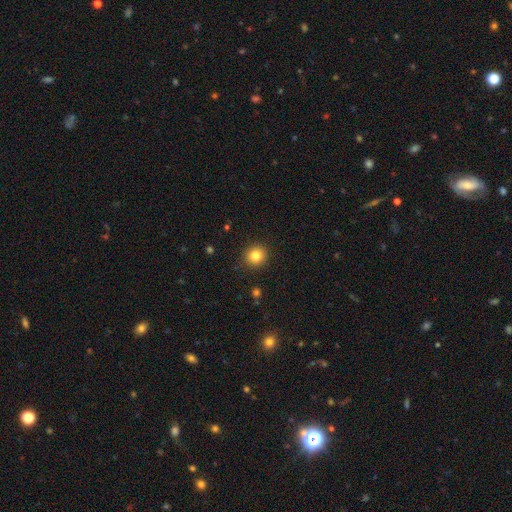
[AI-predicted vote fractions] This is clearly a smooth galaxy (83%). How rounded: clearly round (88%). Merging: clearly none (90%).